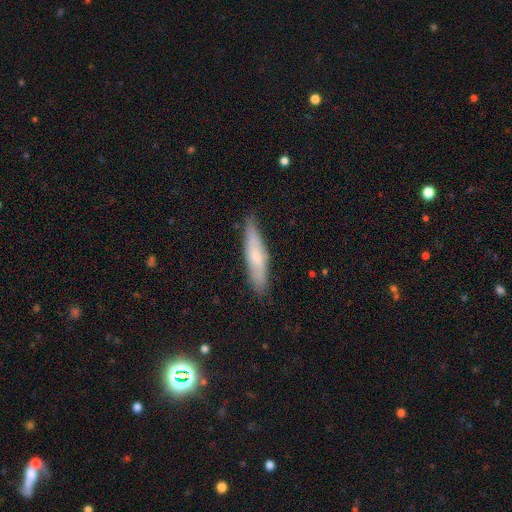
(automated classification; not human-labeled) Overall: smooth (55%; featured or disk 38%). How rounded: cigar-shaped (78%). Merging: none (80%).